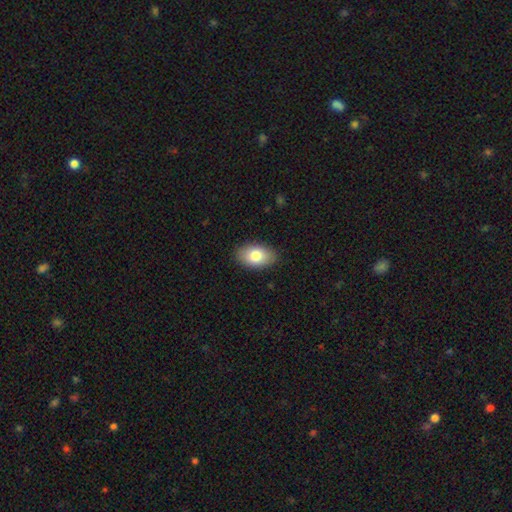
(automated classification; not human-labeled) smooth-or-featured: smooth: 81% | featured or disk: 12% | star or artifact: 7%
  how-rounded: in between: 93% | round: 6% | cigar-shaped: 1%
  merging: none: 88% | minor disturbance: 9% | major disturbance: 2% | merger: 1%